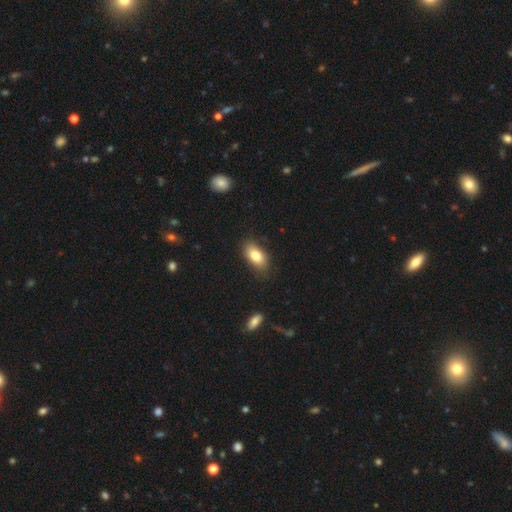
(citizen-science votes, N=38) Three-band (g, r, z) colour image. It shows a smooth galaxy with no disk features (89%) that is in between round and cigar-shaped (94%). Merging: none (70%).